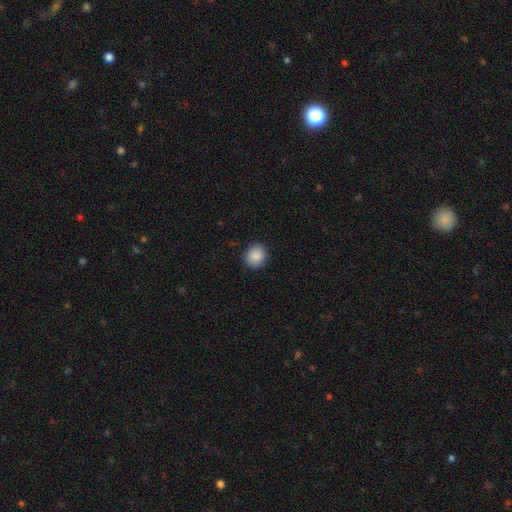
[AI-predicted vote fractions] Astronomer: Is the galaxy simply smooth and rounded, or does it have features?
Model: smooth — 88%.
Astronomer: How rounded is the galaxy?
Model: round — 80%.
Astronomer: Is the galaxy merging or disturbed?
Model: none — 91%.